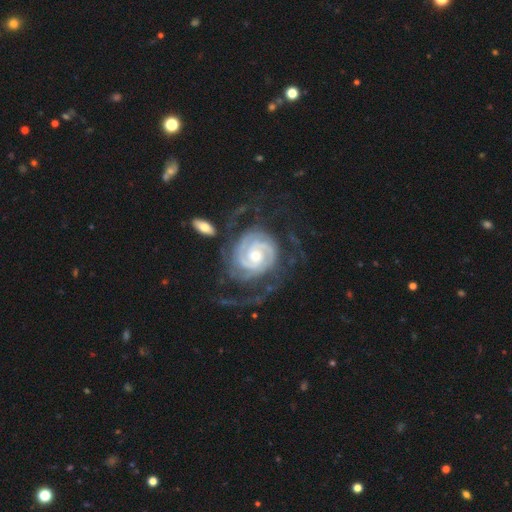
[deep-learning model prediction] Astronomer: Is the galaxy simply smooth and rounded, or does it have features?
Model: featured or disk — 92%.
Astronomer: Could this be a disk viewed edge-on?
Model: no — 98%.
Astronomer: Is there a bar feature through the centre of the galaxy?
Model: no — 65%.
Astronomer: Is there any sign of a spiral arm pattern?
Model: yes — 98%.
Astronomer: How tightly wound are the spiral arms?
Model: tight — 75%.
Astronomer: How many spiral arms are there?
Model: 2 — 47%.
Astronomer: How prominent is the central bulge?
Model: moderate — 48% (runner-up: small, 47%).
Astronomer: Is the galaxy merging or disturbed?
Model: none — 54%.